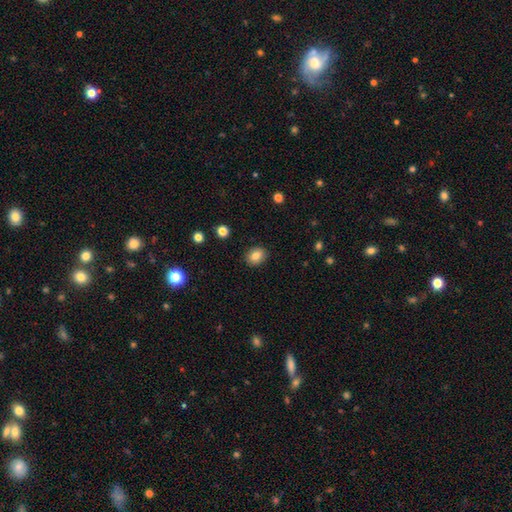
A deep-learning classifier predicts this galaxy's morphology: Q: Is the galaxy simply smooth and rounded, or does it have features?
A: smooth — 83%.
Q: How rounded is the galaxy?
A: in between — 53%.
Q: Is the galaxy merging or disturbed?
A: none — 89%.